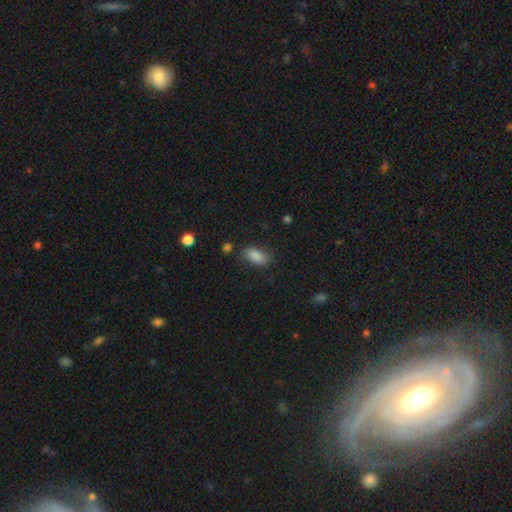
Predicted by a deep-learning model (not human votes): smooth_or_featured: smooth (p=0.85) [alt: star or artifact p=0.09]
how_rounded: in between (p=0.89) [alt: cigar-shaped p=0.06]
merging: none (p=0.77) [alt: minor disturbance p=0.16]